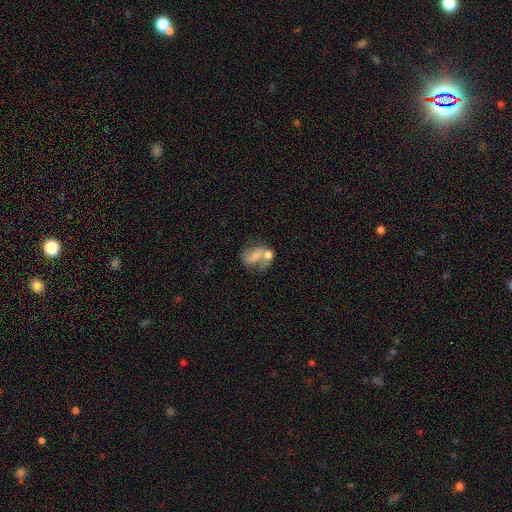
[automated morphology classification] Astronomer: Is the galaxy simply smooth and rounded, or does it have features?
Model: smooth — 47% (runner-up: featured or disk, 42%).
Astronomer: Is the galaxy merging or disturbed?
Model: merger — 44% (runner-up: none, 26%).